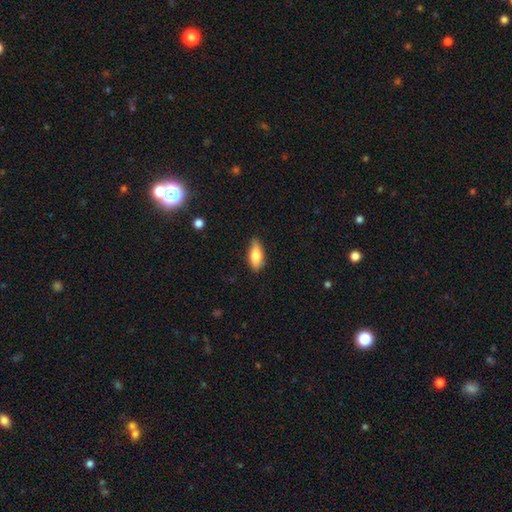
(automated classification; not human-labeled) Morphology: type=smooth (79%); roundness=in between (79%); merging=none (79%).